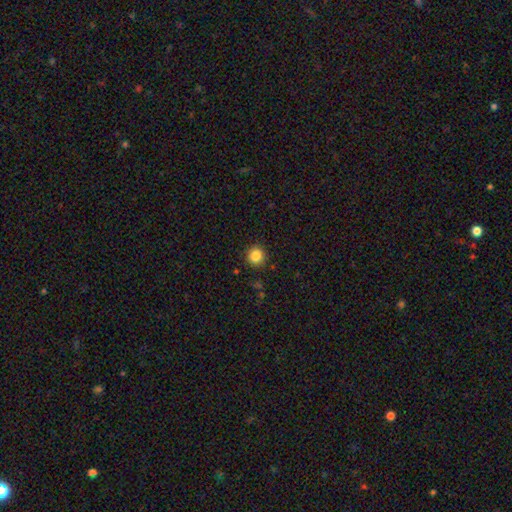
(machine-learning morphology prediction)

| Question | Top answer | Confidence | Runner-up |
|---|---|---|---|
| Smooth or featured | smooth | 85% | star or artifact (11%) |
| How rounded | round | 91% | in between (8%) |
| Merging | none | 90% | minor disturbance (6%) |